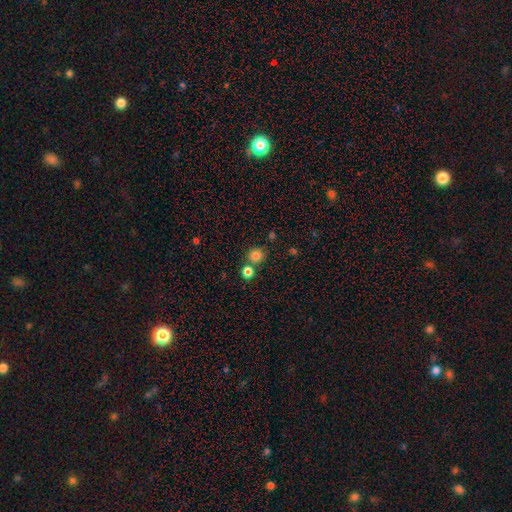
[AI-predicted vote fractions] The model was most divided on "merging": none: 70%, merger: 19%, minor disturbance: 8%, major disturbance: 3%. More confident: how rounded — round (89%); smooth or featured — smooth (80%).